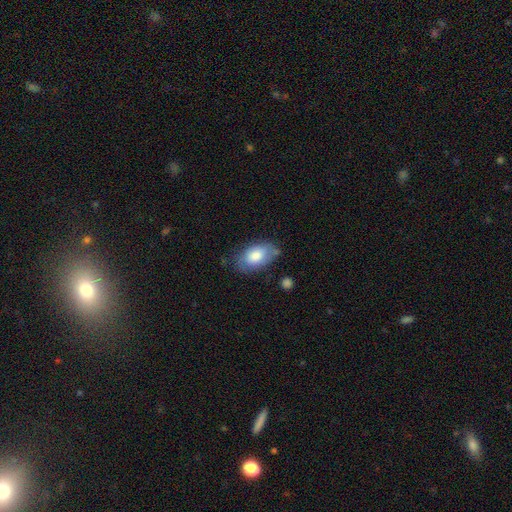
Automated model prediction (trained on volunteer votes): This is likely a smooth galaxy (77%). How rounded: clearly in between (93%). Merging: likely none (65%).